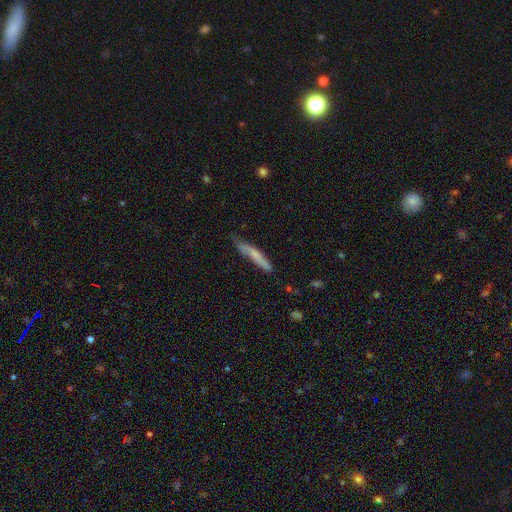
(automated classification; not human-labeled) Smooth or featured? Predicted: smooth (p=0.66). How rounded? Predicted: cigar-shaped (p=0.93). Merging? Predicted: none (p=0.63).